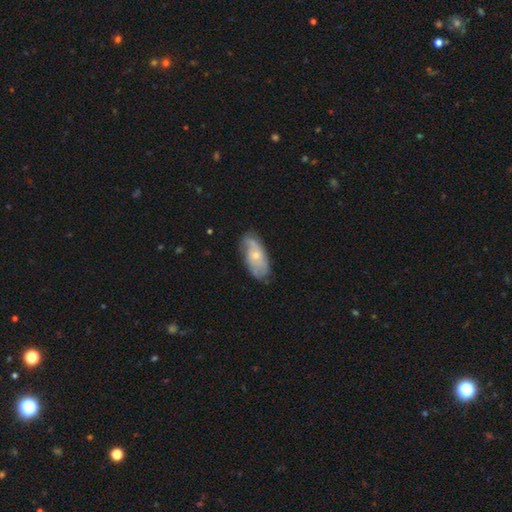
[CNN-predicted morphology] Overall: featured or disk (54%; smooth 40%). Edge-on disk: no (91%). Merging: none (63%; minor disturbance 27%).